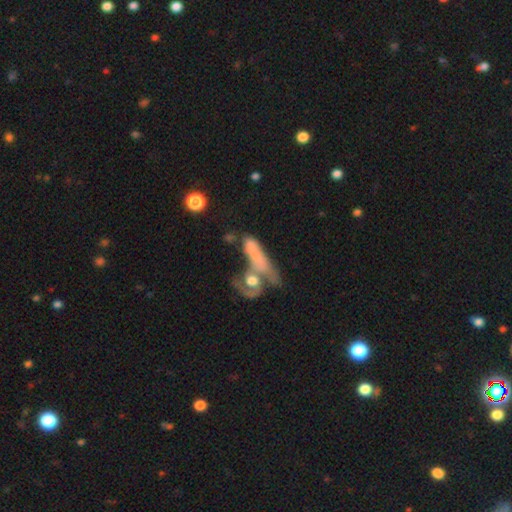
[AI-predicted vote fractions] Smooth or featured? featured or disk (49%)
Merging? merger (58%)